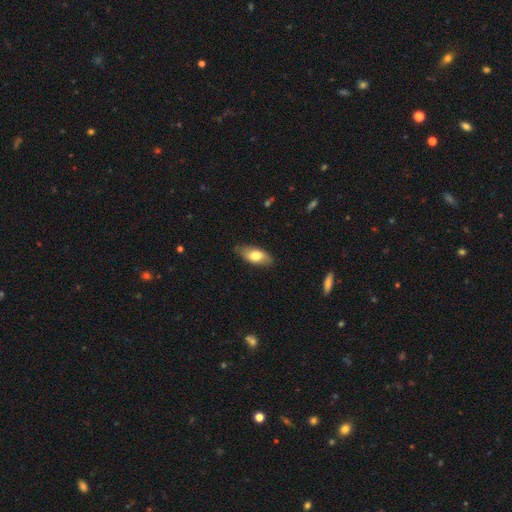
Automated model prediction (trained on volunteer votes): This is likely a smooth galaxy (73%). How rounded: clearly in between (88%). Merging: clearly none (81%).